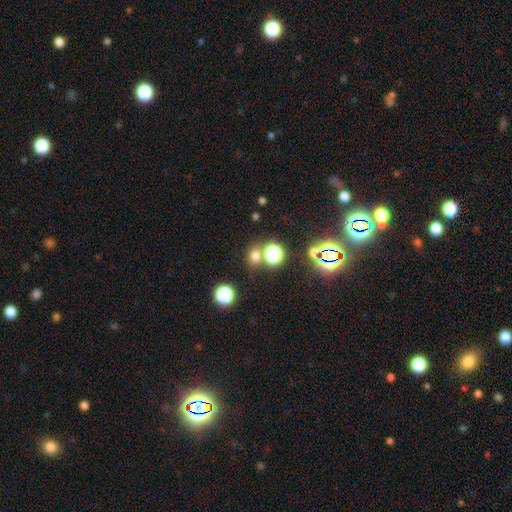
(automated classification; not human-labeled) The model was most divided on "smooth or featured": smooth: 63%, star or artifact: 30%, featured or disk: 7%. More confident: merging — none (71%); how rounded — round (71%).